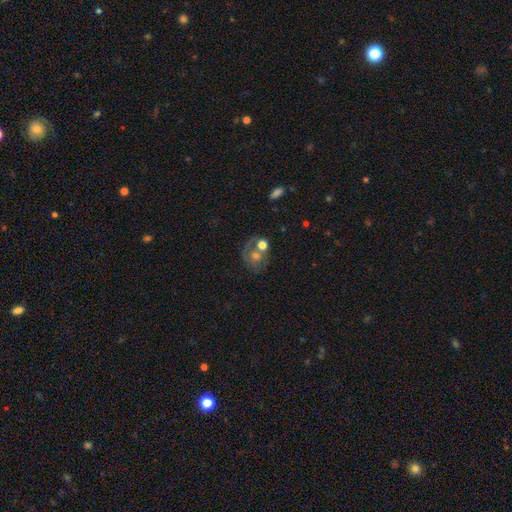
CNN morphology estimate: A featured or disk galaxy (50%). Merging: none (44%).